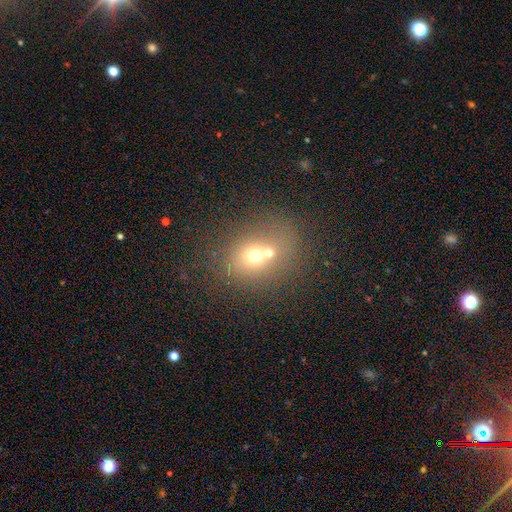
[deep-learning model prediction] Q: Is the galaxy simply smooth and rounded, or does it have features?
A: smooth — 61%.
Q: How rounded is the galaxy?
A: round — 63%.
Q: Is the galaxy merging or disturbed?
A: merger — 51%.